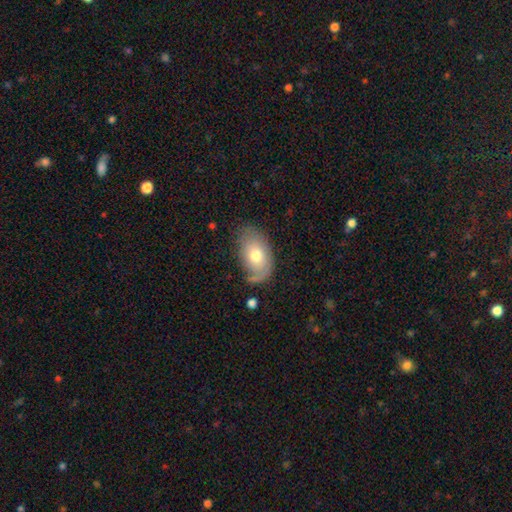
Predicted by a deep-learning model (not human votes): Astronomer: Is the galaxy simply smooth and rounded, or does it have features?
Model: smooth — 61%.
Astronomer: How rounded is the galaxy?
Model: in between — 88%.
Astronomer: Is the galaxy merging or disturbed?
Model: none — 58%.